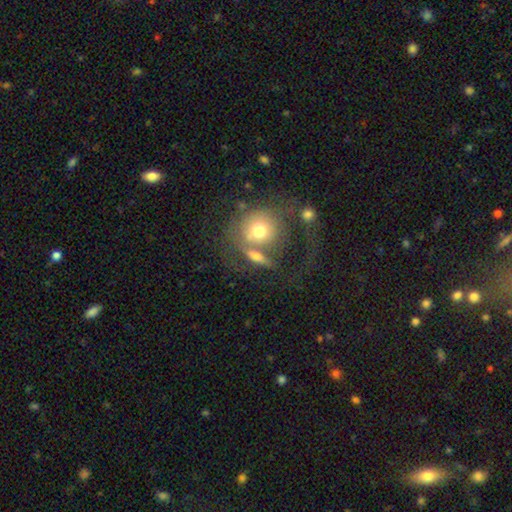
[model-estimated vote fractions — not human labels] Overall: smooth (53%; featured or disk 37%). How rounded: round (48%; in between 39%). Merging: merger (38%; none 37%).